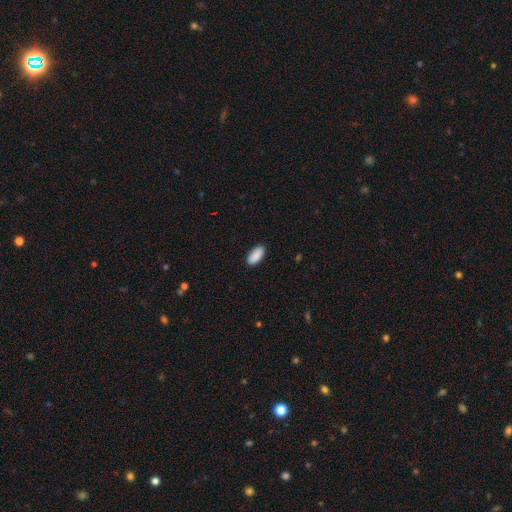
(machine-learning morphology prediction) type=smooth (91%); roundness=in between (91%); merging=none (89%).